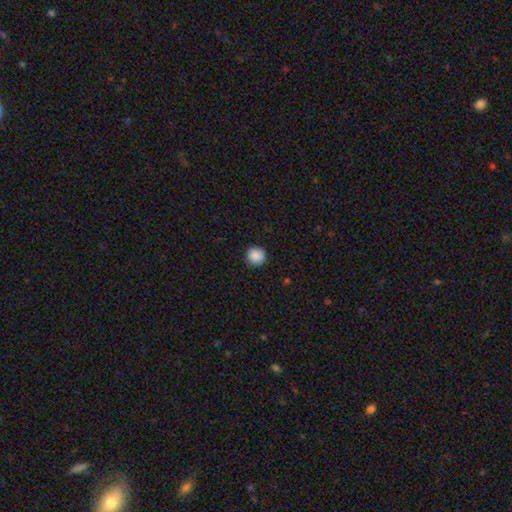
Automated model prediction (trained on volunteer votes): smooth-or-featured: smooth: 88% | star or artifact: 9% | featured or disk: 4%
  how-rounded: round: 95% | in between: 4% | cigar-shaped: 1%
  merging: none: 92% | minor disturbance: 5% | major disturbance: 2% | merger: 1%